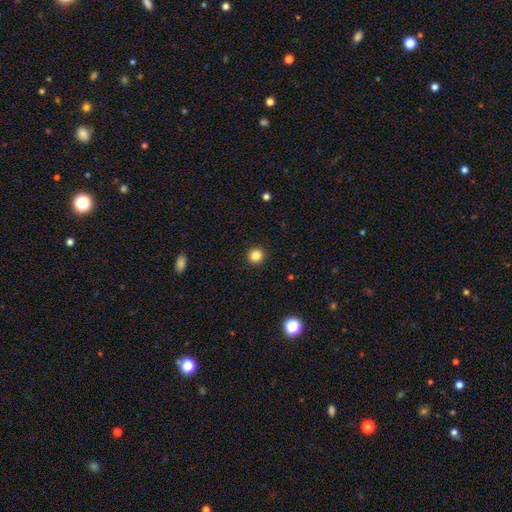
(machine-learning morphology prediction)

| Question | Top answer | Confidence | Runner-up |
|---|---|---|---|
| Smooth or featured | smooth | 84% | star or artifact (12%) |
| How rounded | round | 95% | in between (4%) |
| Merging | none | 93% | minor disturbance (4%) |